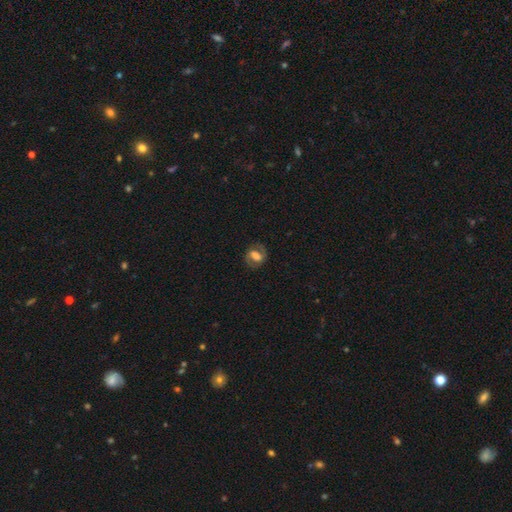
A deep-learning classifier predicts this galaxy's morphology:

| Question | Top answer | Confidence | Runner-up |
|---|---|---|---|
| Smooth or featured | featured or disk | 54% | smooth (38%) |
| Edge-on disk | no | 95% | yes (5%) |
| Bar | weak | 39% | strong (35%) |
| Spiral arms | yes | 75% | no (25%) |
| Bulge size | large | 43% | moderate (29%) |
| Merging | none | 76% | minor disturbance (15%) |